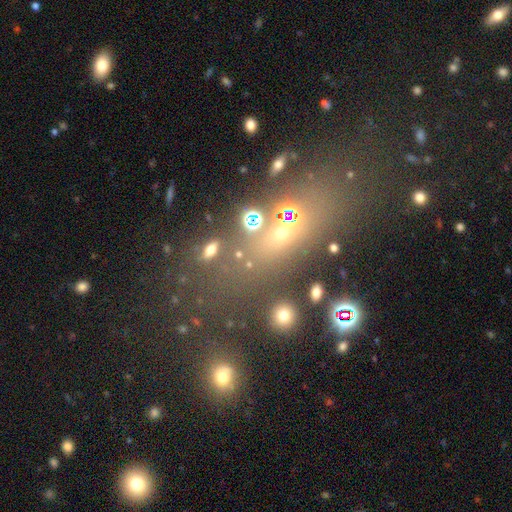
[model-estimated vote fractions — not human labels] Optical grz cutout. It shows a smooth galaxy with no disk features (38%). Merging: none (58%).